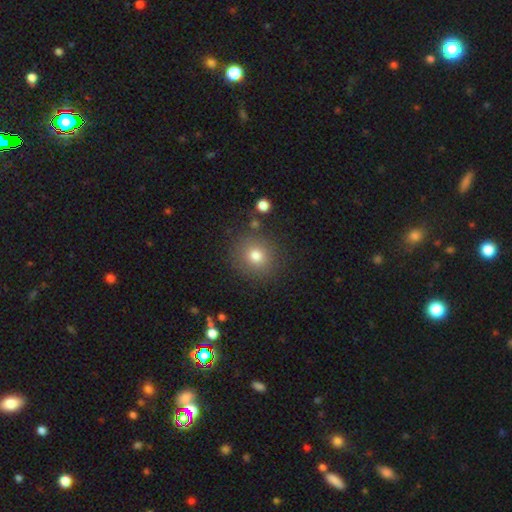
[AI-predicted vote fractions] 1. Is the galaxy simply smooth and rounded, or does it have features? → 78% smooth, 13% star or artifact, 9% featured or disk.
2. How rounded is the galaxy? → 87% round, 12% in between, 1% cigar-shaped.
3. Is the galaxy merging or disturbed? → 86% none, 8% minor disturbance, 3% major disturbance, 3% merger.